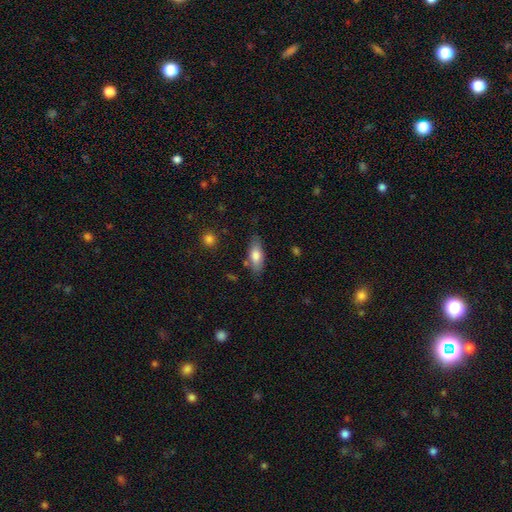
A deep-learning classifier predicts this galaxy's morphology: smooth 76%, featured or disk 17%, star or artifact 6%. Down the decision tree: how rounded — in between (80%); merging — none (76%).